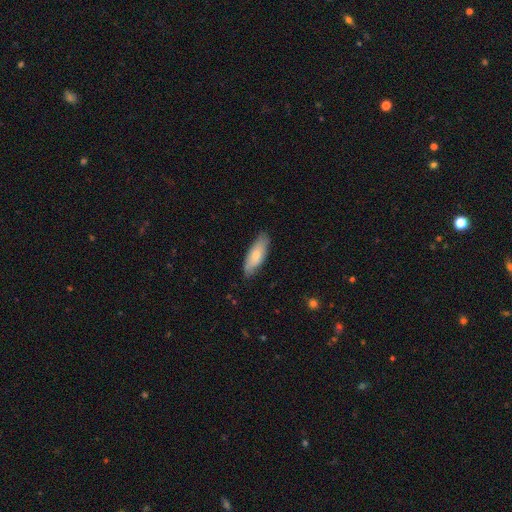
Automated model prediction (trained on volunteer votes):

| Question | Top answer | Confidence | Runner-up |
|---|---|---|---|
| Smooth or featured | smooth | 72% | featured or disk (23%) |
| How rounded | in between | 63% | cigar-shaped (35%) |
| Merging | none | 81% | minor disturbance (16%) |